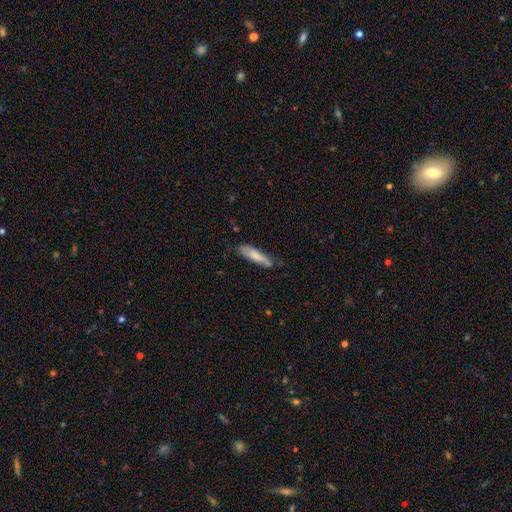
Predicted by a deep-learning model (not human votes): smooth_or_featured: smooth (p=0.69) [alt: featured or disk p=0.25]
how_rounded: cigar-shaped (p=0.68) [alt: in between p=0.30]
merging: none (p=0.73) [alt: minor disturbance p=0.21]